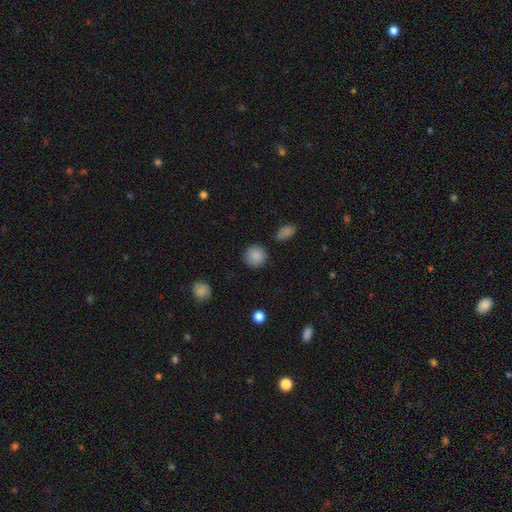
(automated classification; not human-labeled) A smooth galaxy with no disk features (88%) that is round (92%).

Vote fractions:
- Smooth or featured? smooth: 88% / star or artifact: 8% / featured or disk: 4%
- How rounded? round: 92% / in between: 7% / cigar-shaped: 1%
- Merging? none: 87% / minor disturbance: 8% / merger: 3% / major disturbance: 2%